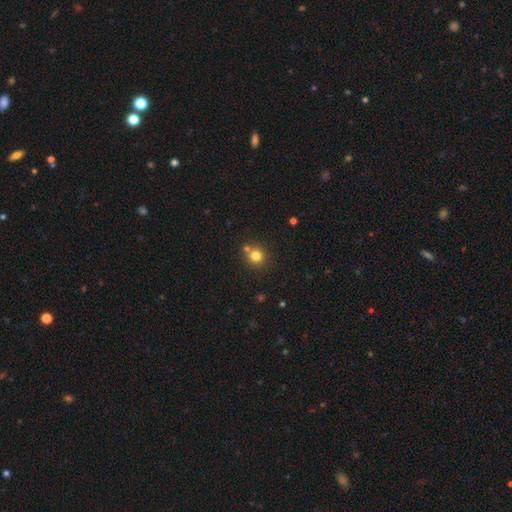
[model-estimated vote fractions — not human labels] A smooth galaxy with no disk features (79%) that is round (90%).

Vote fractions:
- Smooth or featured? smooth: 79% / star or artifact: 14% / featured or disk: 7%
- How rounded? round: 90% / in between: 9% / cigar-shaped: 1%
- Merging? none: 71% / merger: 18% / minor disturbance: 8% / major disturbance: 3%